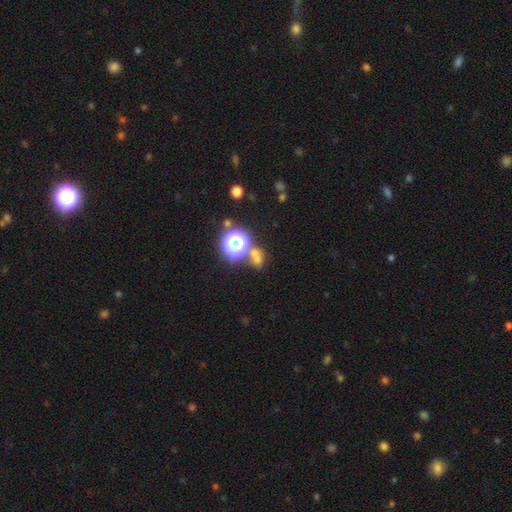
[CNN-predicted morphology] The model was most divided on "merging": none: 48%, merger: 32%, minor disturbance: 12%, major disturbance: 8%. More confident: how rounded — round (58%); smooth or featured — smooth (53%).